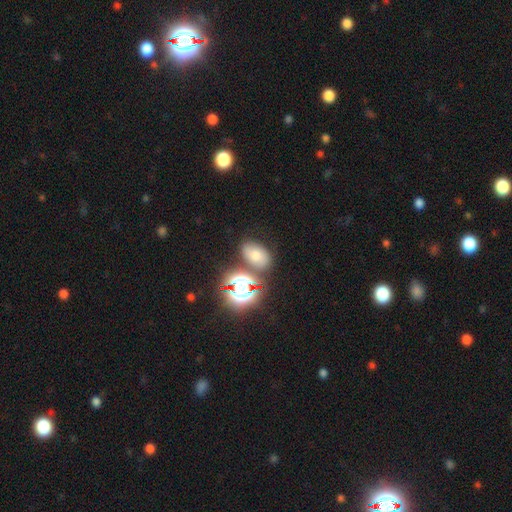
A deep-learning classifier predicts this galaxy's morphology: smooth_or_featured: smooth (p=0.56) [alt: star or artifact p=0.29]
how_rounded: in between (p=0.75) [alt: round p=0.24]
merging: none (p=0.68) [alt: minor disturbance p=0.14]